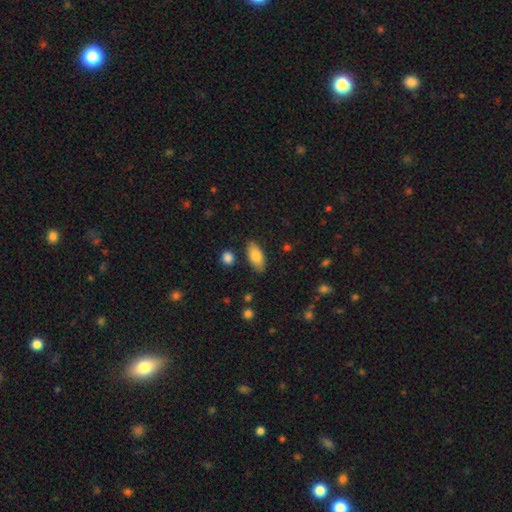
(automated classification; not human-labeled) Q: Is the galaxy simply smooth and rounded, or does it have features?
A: smooth — 80%.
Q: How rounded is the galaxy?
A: in between — 87%.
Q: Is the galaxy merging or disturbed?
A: none — 84%.